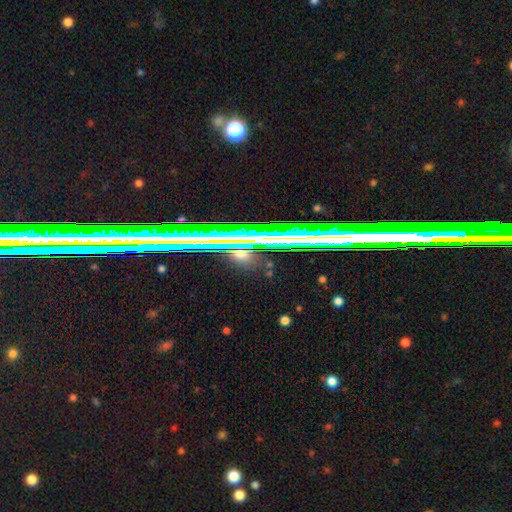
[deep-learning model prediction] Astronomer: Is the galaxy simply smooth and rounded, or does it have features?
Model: star or artifact — 48% (runner-up: featured or disk, 37%).